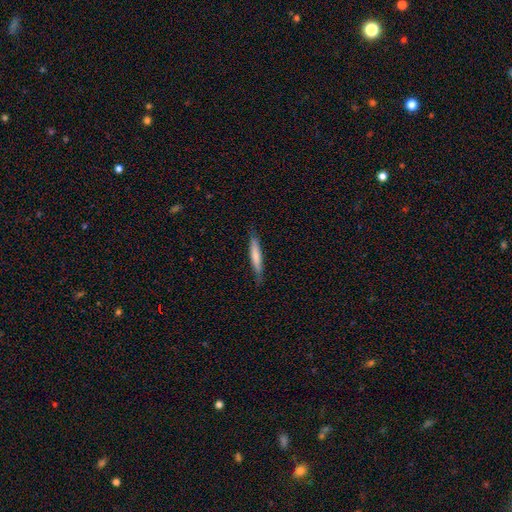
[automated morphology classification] type=smooth (69%); roundness=cigar-shaped (90%); merging=none (82%).